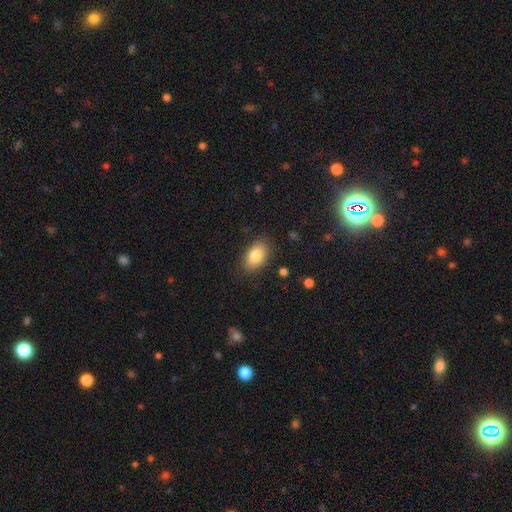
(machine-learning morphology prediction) smooth 83%, featured or disk 9%, star or artifact 8%. Down the decision tree: how rounded — in between (88%); merging — none (84%).